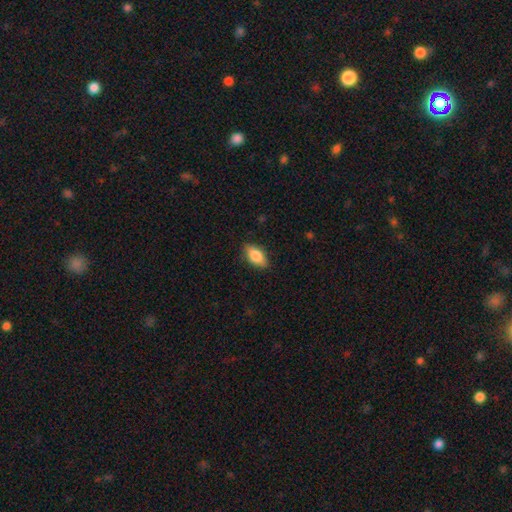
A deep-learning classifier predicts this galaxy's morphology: This appears to be a smooth galaxy with no disk features (79%) that is in between round and cigar-shaped (87%). Merging: none (84%).